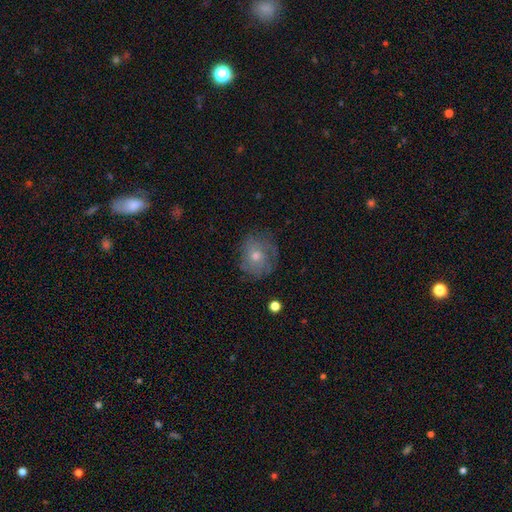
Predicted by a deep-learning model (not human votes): smooth-or-featured: featured or disk: 47% | smooth: 39% | star or artifact: 14%
  merging: none: 74% | minor disturbance: 17% | major disturbance: 7% | merger: 1%